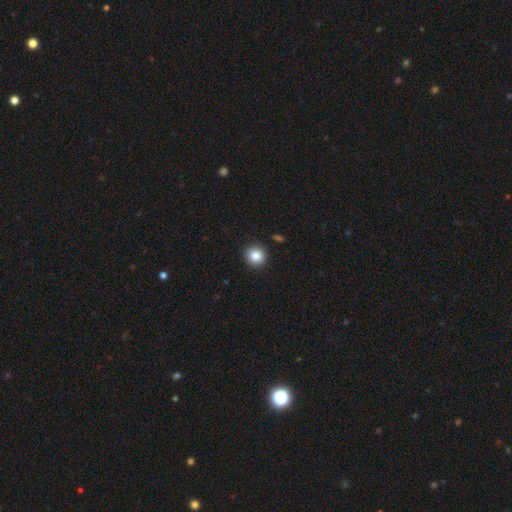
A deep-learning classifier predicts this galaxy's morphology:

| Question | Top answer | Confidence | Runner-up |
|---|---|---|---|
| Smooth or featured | smooth | 86% | star or artifact (10%) |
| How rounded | round | 90% | in between (9%) |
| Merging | none | 91% | minor disturbance (6%) |